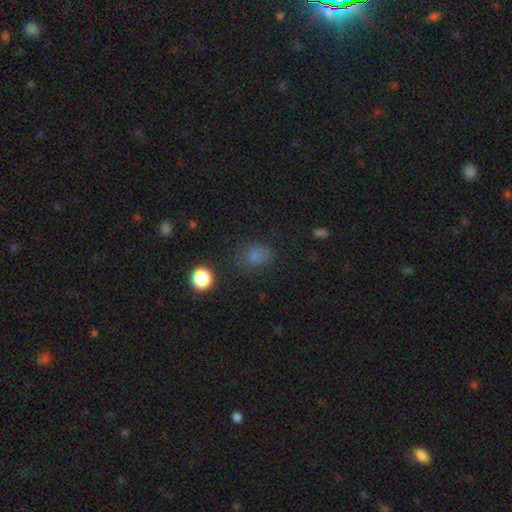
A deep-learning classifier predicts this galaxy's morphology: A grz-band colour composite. It shows a smooth galaxy with no disk features (75%) that is round (52%). Merging: none (68%).